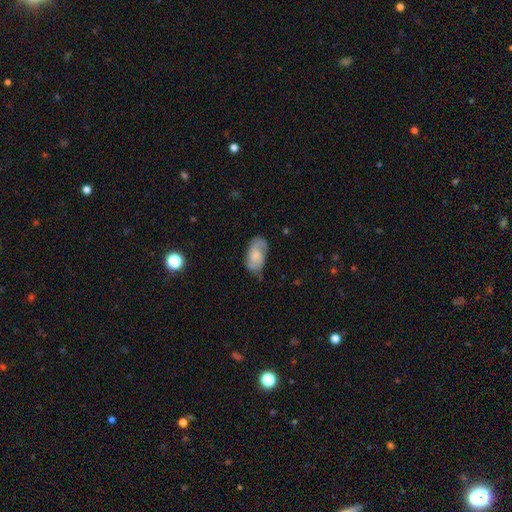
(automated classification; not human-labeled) The model was most divided on "bulge size": small: 31%, moderate: 29%, none: 28%, large: 11%, dominant: 2%. Remaining: edge-on disk — no (96%); spiral arms — yes (90%); spiral arm count — 2 (75%); merging — none (66%); bar — no (64%); smooth or featured — featured or disk (59%); spiral winding — medium (48%).